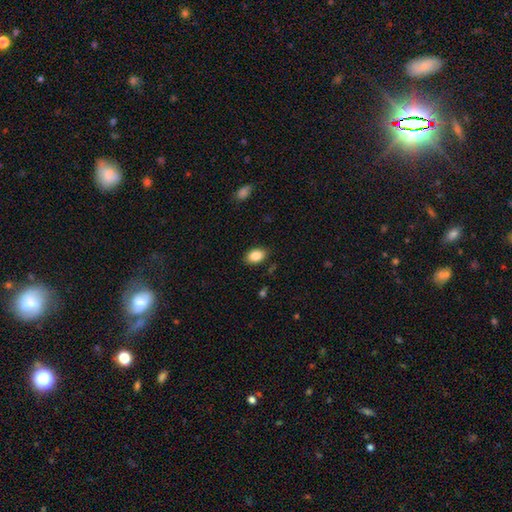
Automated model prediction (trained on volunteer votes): smooth 87%, star or artifact 8%, featured or disk 5%. Down the decision tree: how rounded — in between (86%); merging — none (85%).